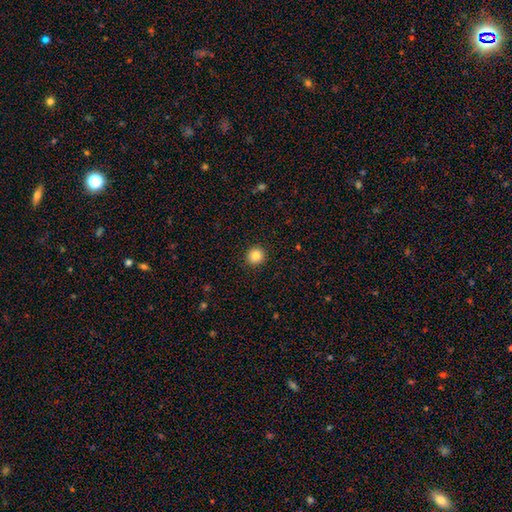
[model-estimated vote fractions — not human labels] This appears to be a smooth galaxy with no disk features (85%) that is round (93%). Merging: none (93%).